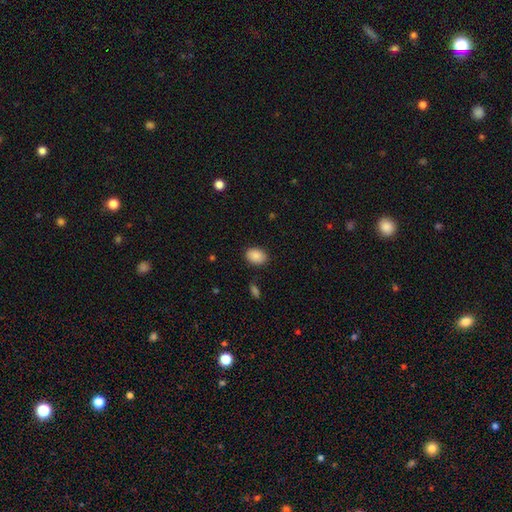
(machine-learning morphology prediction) This appears to be a smooth galaxy with no disk features (89%) that is in between round and cigar-shaped (75%). Merging: none (86%).